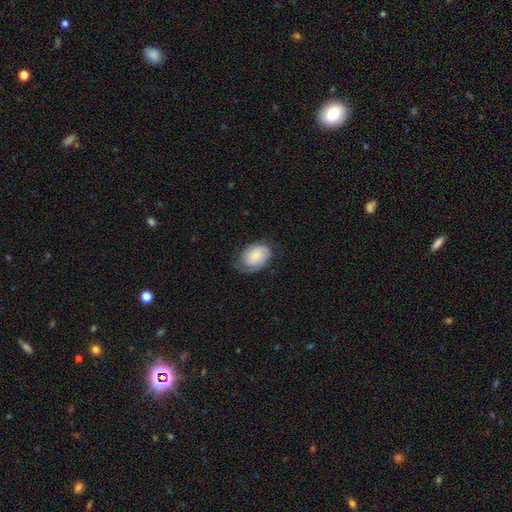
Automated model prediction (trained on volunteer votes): Smooth or featured: smooth — 64% (featured or disk — 29%)
How rounded: in between — 81% (round — 18%)
Merging: none — 57% (minor disturbance — 30%)